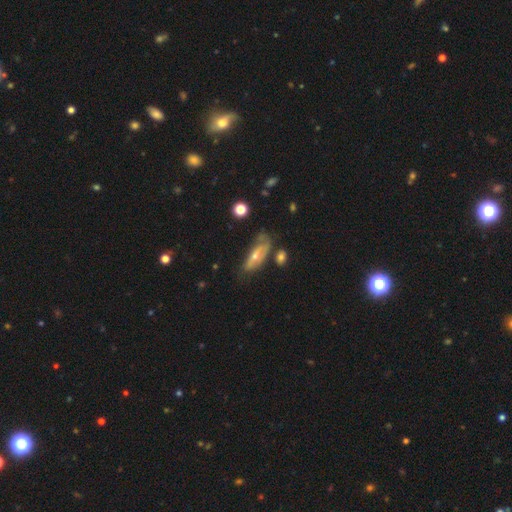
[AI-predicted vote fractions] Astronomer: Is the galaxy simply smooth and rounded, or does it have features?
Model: featured or disk — 48% (runner-up: smooth, 45%).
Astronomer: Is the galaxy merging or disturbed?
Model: none — 48% (runner-up: minor disturbance, 31%).